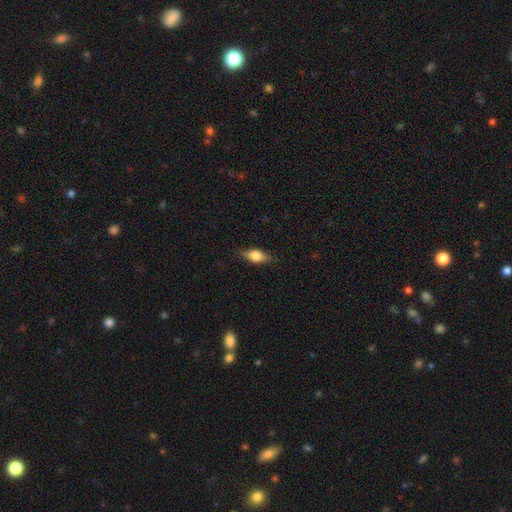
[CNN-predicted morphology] smooth-or-featured: smooth: 64% | featured or disk: 28% | star or artifact: 8%
  how-rounded: in between: 75% | cigar-shaped: 18% | round: 7%
  merging: none: 83% | minor disturbance: 13% | major disturbance: 3% | merger: 1%